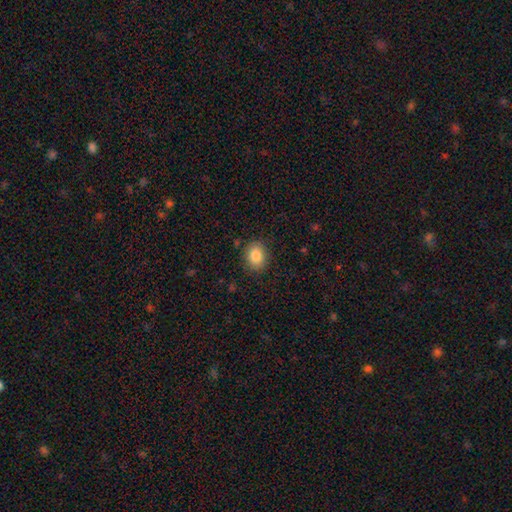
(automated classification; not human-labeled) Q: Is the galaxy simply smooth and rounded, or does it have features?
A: smooth — 85%.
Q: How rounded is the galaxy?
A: in between — 53%.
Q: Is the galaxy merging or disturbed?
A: none — 86%.